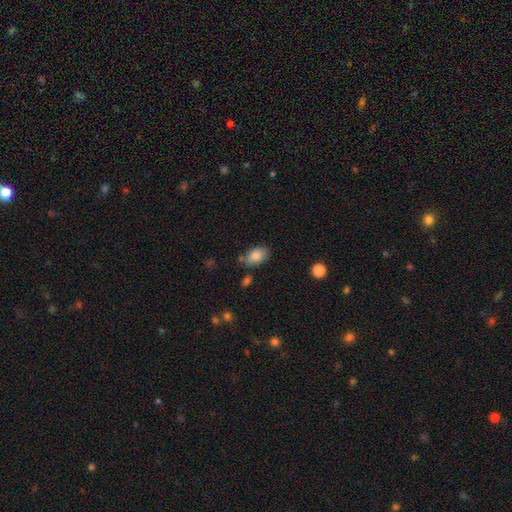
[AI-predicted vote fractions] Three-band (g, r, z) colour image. It shows a smooth galaxy with no disk features (85%) that is in between round and cigar-shaped (89%). Merging: none (69%).